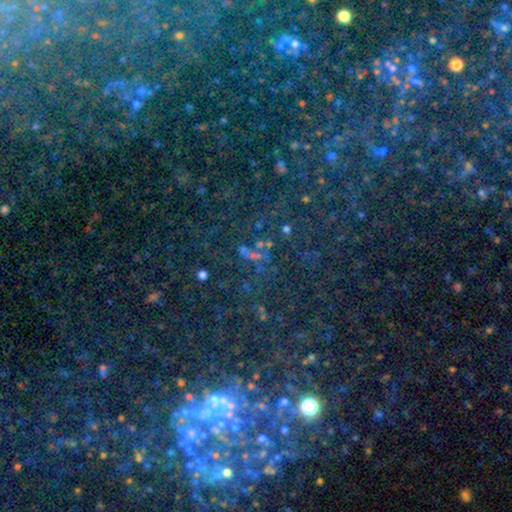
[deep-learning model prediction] A star or artifact, not a galaxy (73%).

Vote fractions:
- Smooth or featured? star or artifact: 73% / smooth: 17% / featured or disk: 10%